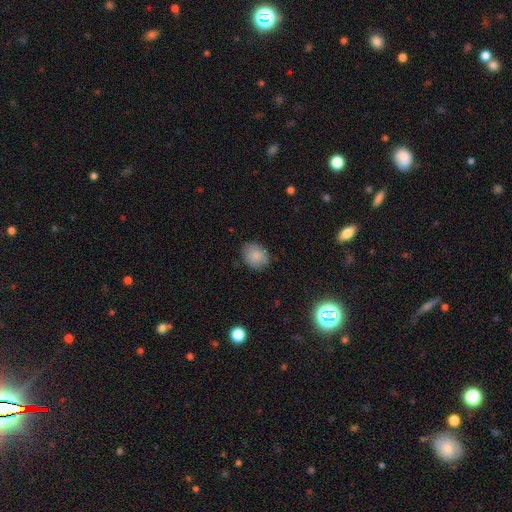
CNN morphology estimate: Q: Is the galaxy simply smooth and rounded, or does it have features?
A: smooth — 85%.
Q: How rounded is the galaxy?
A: round — 53%.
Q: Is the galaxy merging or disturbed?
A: none — 83%.